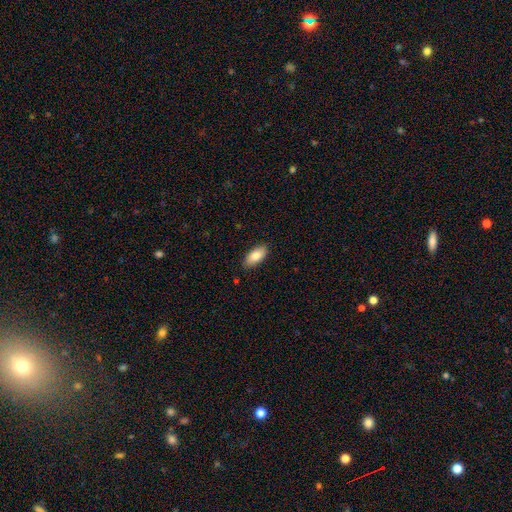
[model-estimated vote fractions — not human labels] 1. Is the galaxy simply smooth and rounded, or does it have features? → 82% smooth, 11% featured or disk, 6% star or artifact.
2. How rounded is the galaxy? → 91% in between, 7% cigar-shaped, 2% round.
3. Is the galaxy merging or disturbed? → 88% none, 9% minor disturbance, 2% major disturbance, 1% merger.